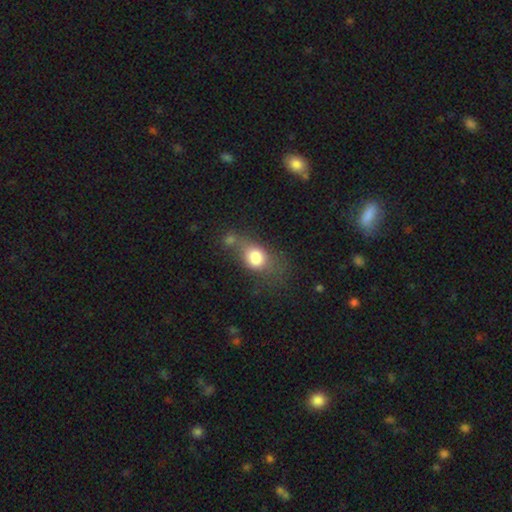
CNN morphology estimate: smooth 77%, featured or disk 13%, star or artifact 10%. Down the decision tree: how rounded — in between (61%); merging — none (28%, tied with merger).